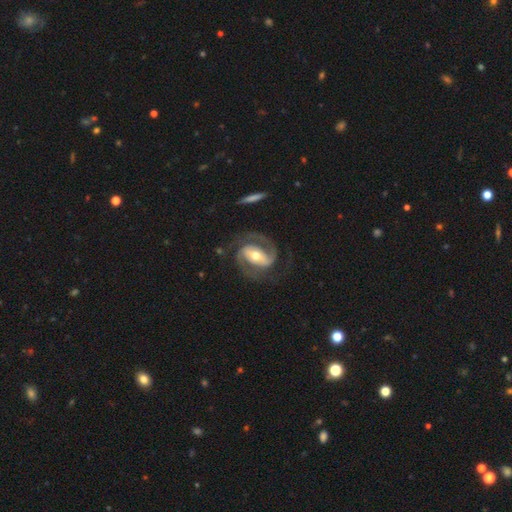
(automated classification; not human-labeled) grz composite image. It shows a featured or disk galaxy (90%) with a strong bar (43%), 2 (90%) medium (55%) spiral arms (97%) and a moderate central bulge (68%). Merging: none (74%).